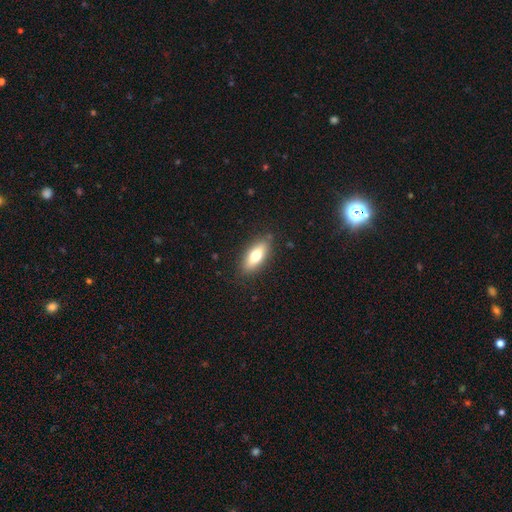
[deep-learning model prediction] smooth-or-featured: smooth: 69% | featured or disk: 24% | star or artifact: 7%
  how-rounded: in between: 75% | cigar-shaped: 23% | round: 3%
  merging: none: 86% | minor disturbance: 11% | major disturbance: 3% | merger: 1%